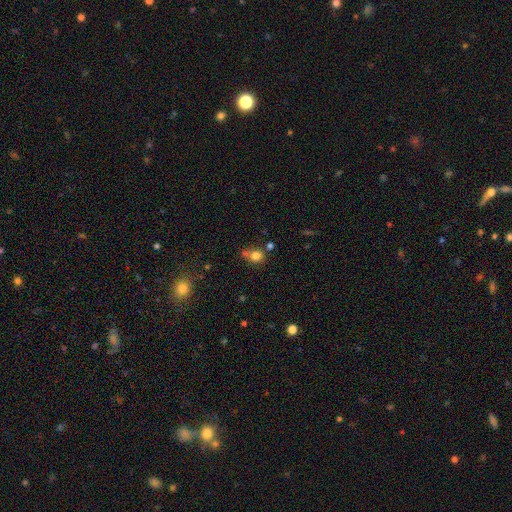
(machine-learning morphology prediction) smooth 78%, star or artifact 13%, featured or disk 8%. Down the decision tree: how rounded — round (77%); merging — none (56%).